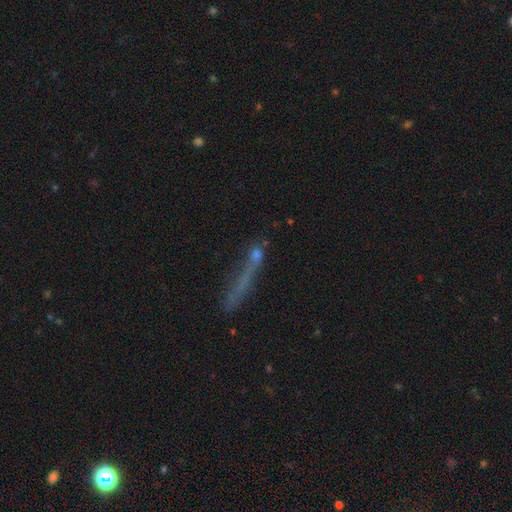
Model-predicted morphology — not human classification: Smooth or featured? smooth (46%)
Merging? none (46%)